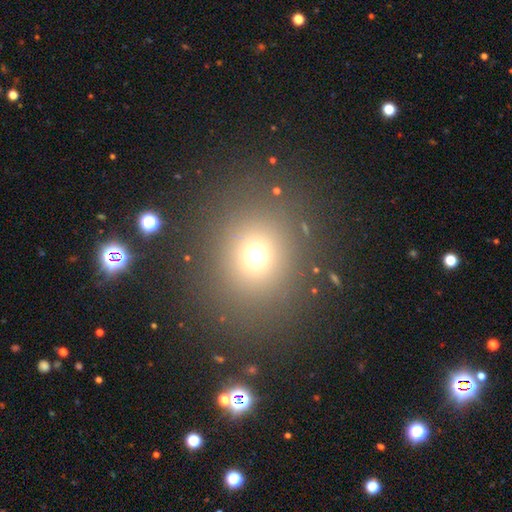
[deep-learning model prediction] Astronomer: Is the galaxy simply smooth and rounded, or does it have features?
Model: smooth — 67%.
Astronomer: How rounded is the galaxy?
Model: round — 81%.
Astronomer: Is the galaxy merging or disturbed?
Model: none — 83%.